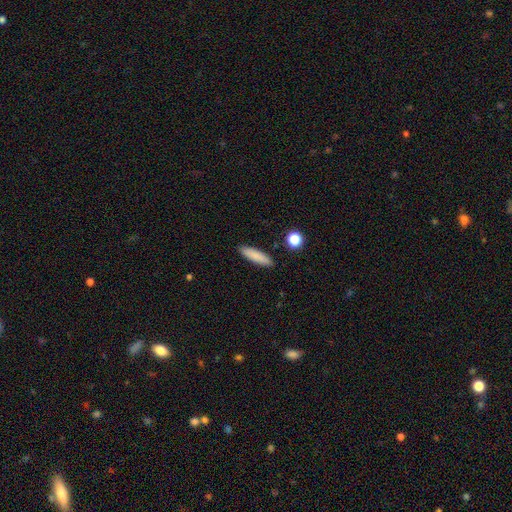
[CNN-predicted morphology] smooth 85%, featured or disk 8%, star or artifact 7%. Down the decision tree: how rounded — cigar-shaped (73%); merging — none (90%).